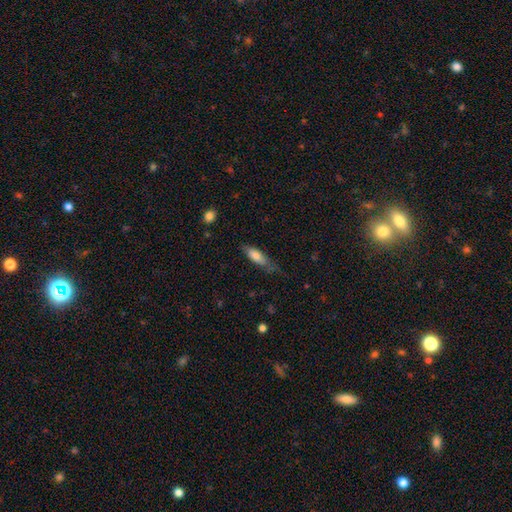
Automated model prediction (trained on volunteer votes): Smooth or featured: smooth — 73% (featured or disk — 20%)
How rounded: in between — 58% (cigar-shaped — 40%)
Merging: none — 52% (minor disturbance — 33%)